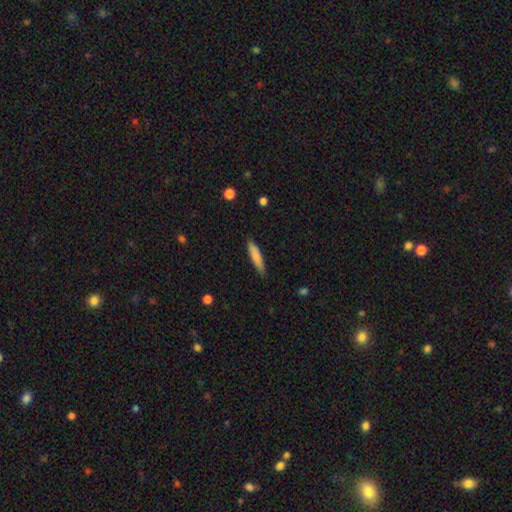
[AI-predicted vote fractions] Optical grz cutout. It shows a smooth galaxy with no disk features (80%) that is cigar-shaped (85%). Merging: none (84%).